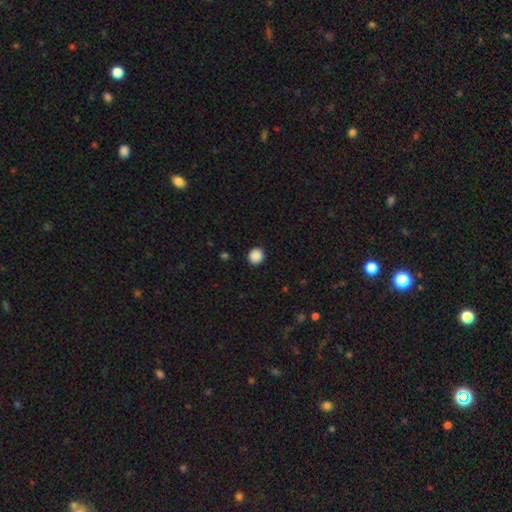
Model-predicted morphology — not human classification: smooth-or-featured: smooth: 89% | star or artifact: 9% | featured or disk: 2%
  how-rounded: round: 89% | in between: 10% | cigar-shaped: 1%
  merging: none: 91% | minor disturbance: 6% | major disturbance: 2% | merger: 1%